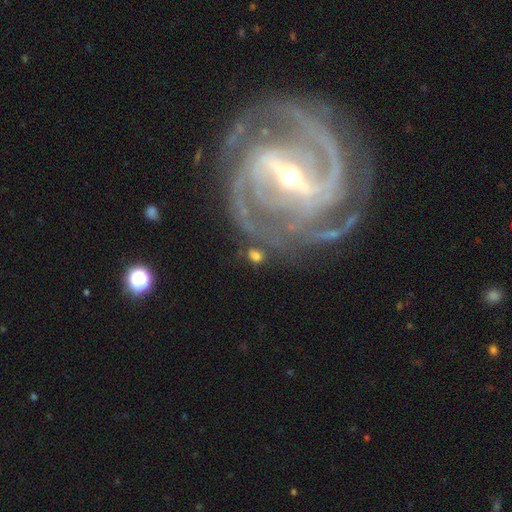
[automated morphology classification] smooth_or_featured: smooth (p=0.58) [alt: featured or disk p=0.28]
how_rounded: in between (p=0.56) [alt: round p=0.41]
merging: none (p=0.67) [alt: minor disturbance p=0.16]